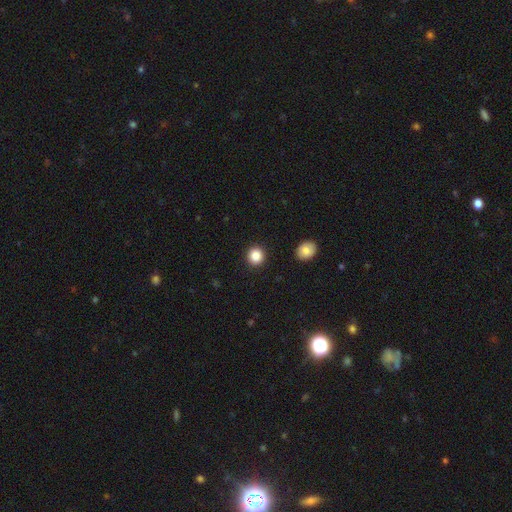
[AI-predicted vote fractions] Smooth or featured? smooth (87%)
How rounded? round (91%)
Merging? none (92%)